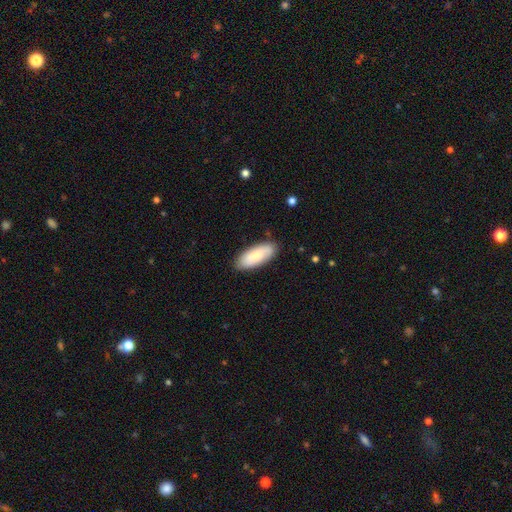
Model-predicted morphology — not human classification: Smooth or featured? Predicted: smooth (p=0.73). How rounded? Predicted: in between (p=0.80). Merging? Predicted: none (p=0.86).